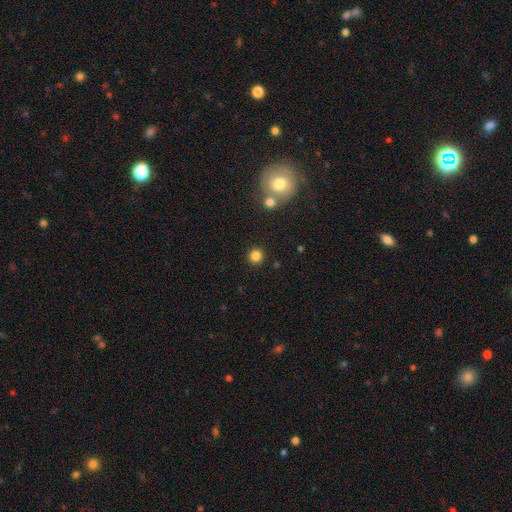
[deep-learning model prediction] This appears to be a smooth galaxy with no disk features (84%) that is round (93%). Merging: none (89%).